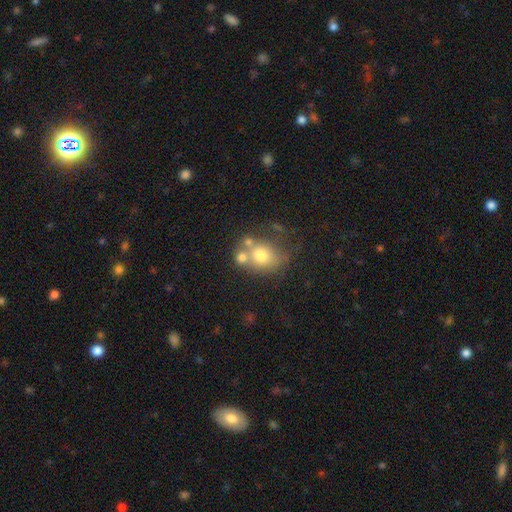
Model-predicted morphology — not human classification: This is likely a smooth galaxy (64%). How rounded: likely round (64%). Merging: possibly none (46%).